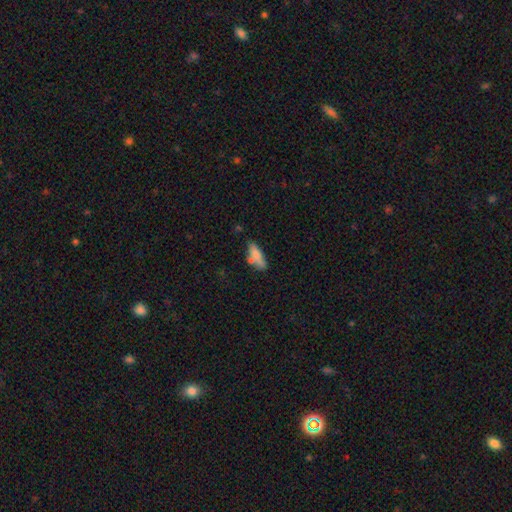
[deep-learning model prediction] This appears to be a smooth galaxy with no disk features (79%) that is in between round and cigar-shaped (53%). Merging: none (57%).